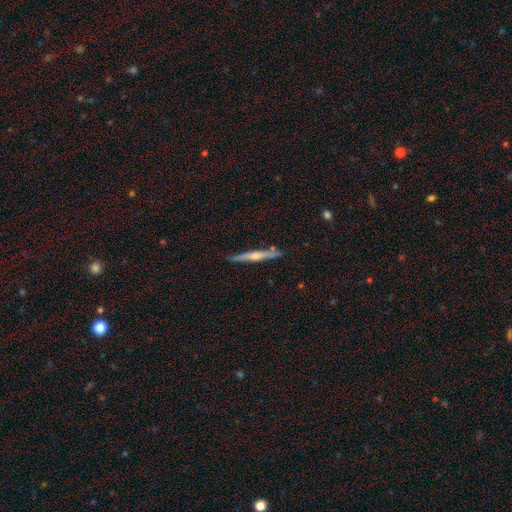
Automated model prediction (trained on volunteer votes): A featured or disk galaxy (66%) viewed edge-on (97%) with a rounded central bulge (78%). Merging: none (88%).